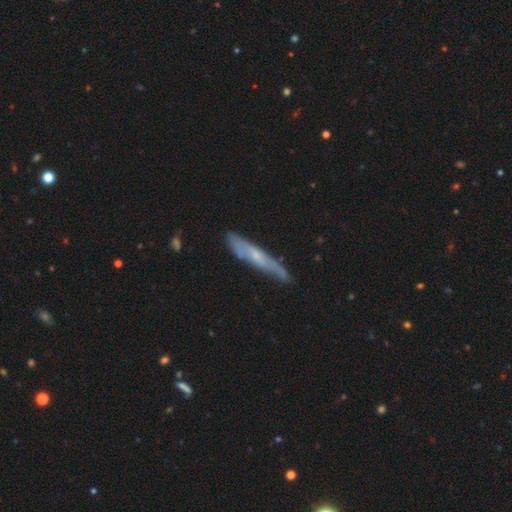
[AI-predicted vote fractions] Overall: featured or disk (59%; smooth 34%). Edge-on disk: yes (71%). Merging: none (67%).